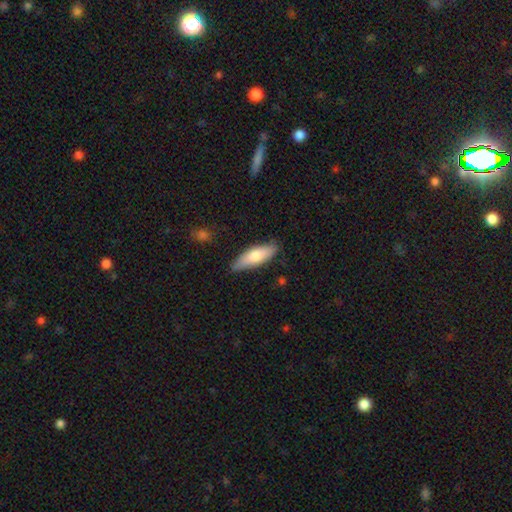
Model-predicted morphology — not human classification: This appears to be a smooth galaxy with no disk features (71%) that is in between round and cigar-shaped (58%). Merging: none (81%).